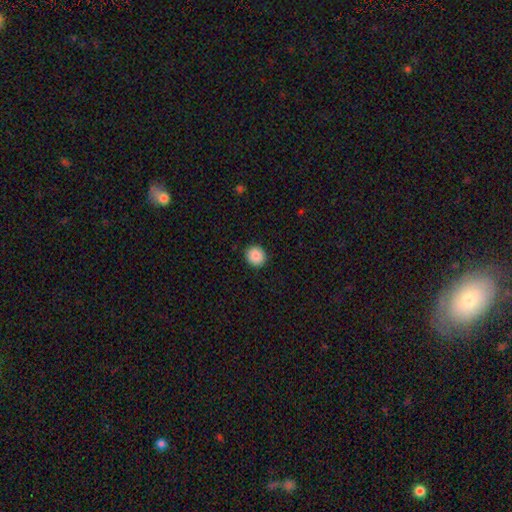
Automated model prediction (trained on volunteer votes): Smooth or featured? smooth (88%)
How rounded? round (88%)
Merging? none (92%)